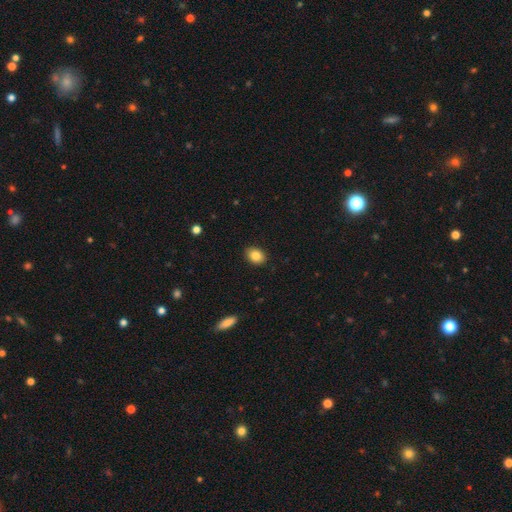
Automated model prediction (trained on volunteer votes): smooth-or-featured: smooth: 85% | star or artifact: 9% | featured or disk: 6%
  how-rounded: in between: 68% | round: 31% | cigar-shaped: 1%
  merging: none: 89% | minor disturbance: 8% | major disturbance: 2% | merger: 1%